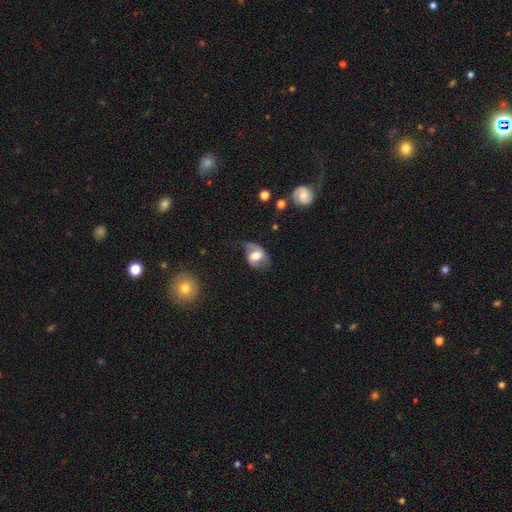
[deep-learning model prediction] smooth_or_featured: featured or disk (p=0.51) [alt: smooth p=0.42]
disk_edge_on: no (p=0.95) [alt: yes p=0.05]
merging: none (p=0.44) [alt: minor disturbance p=0.31]